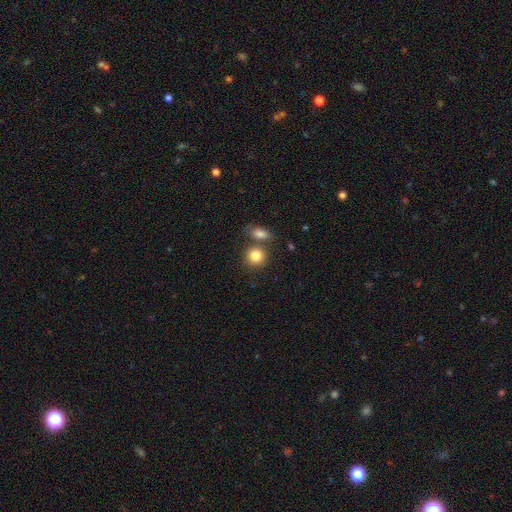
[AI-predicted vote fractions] This appears to be a smooth galaxy with no disk features (83%) that is round (80%). Merging: none (62%).